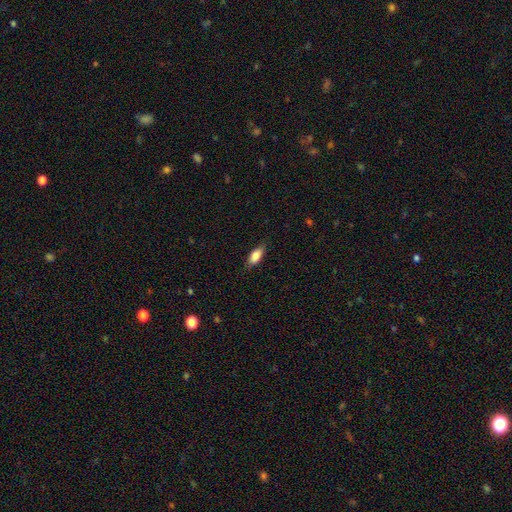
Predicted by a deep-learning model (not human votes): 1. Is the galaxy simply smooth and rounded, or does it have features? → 83% smooth, 11% featured or disk, 7% star or artifact.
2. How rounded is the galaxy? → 81% in between, 16% cigar-shaped, 3% round.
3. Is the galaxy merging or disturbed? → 80% none, 16% minor disturbance, 3% major disturbance, 1% merger.